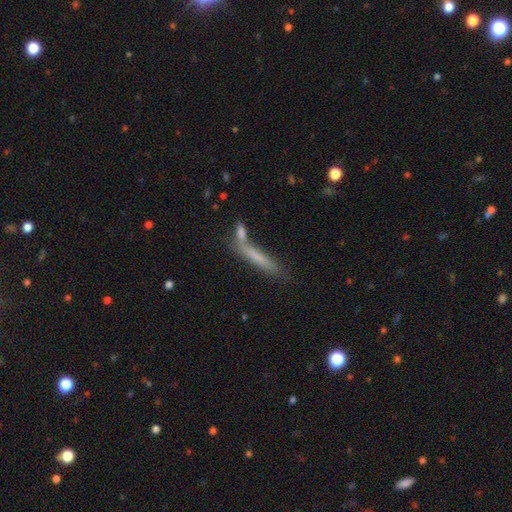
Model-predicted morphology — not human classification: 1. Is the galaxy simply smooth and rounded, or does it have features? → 66% smooth, 25% featured or disk, 10% star or artifact.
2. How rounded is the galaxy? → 90% cigar-shaped, 8% in between, 2% round.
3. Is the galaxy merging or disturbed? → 58% none, 20% merger, 15% minor disturbance, 7% major disturbance.